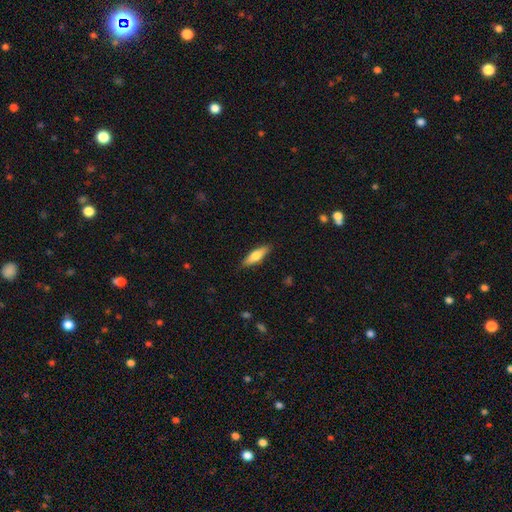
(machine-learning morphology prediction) Overall: smooth (65%; featured or disk 30%). How rounded: cigar-shaped (59%; in between 39%). Merging: none (88%).